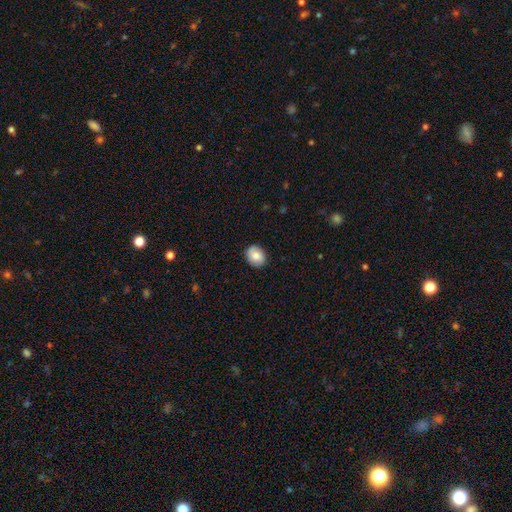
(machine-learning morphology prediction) smooth_or_featured: smooth (p=0.78) [alt: featured or disk p=0.15]
how_rounded: round (p=0.55) [alt: in between p=0.44]
merging: none (p=0.87) [alt: minor disturbance p=0.10]